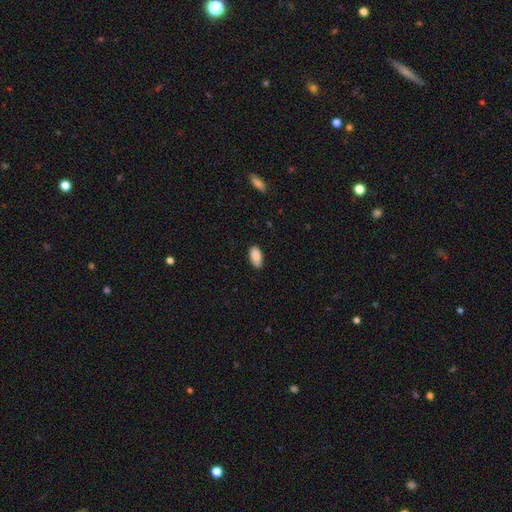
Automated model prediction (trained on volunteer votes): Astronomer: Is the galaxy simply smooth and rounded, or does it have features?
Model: smooth — 89%.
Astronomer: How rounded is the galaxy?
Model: in between — 93%.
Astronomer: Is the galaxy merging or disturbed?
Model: none — 78%.